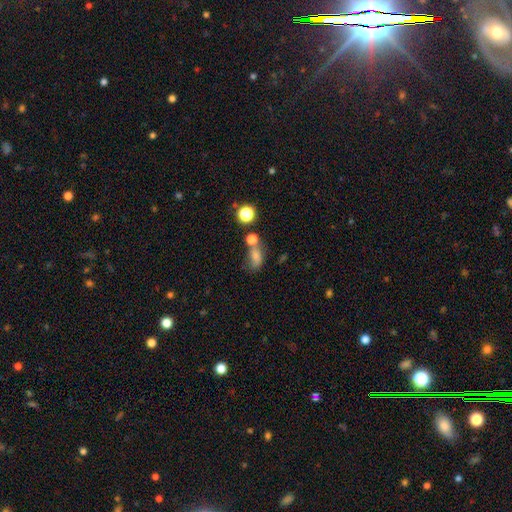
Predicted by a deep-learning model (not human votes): Smooth or featured: smooth — 71% (star or artifact — 16%)
How rounded: in between — 74% (round — 22%)
Merging: none — 40% (merger — 30%)